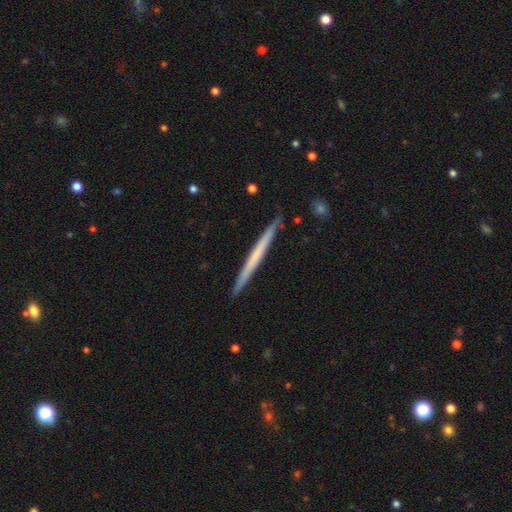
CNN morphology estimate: Smooth or featured? featured or disk (49%)
Merging? none (91%)